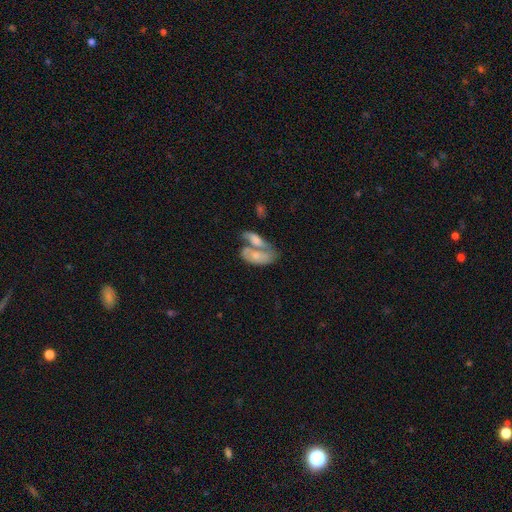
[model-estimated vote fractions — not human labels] Smooth or featured? Predicted: smooth (p=0.60). How rounded? Predicted: in between (p=0.89). Merging? Predicted: merger (p=0.65).